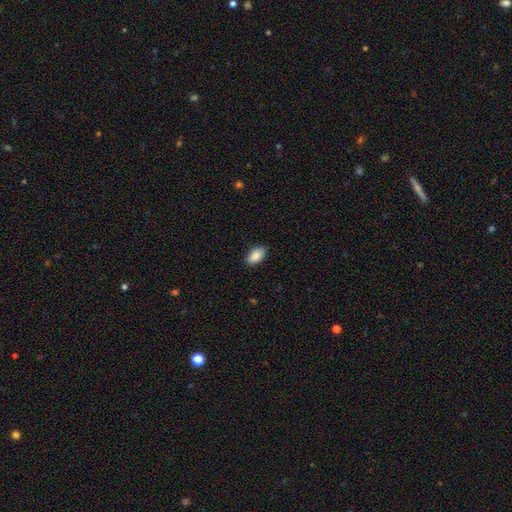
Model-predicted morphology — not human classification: smooth-or-featured: smooth: 87% | star or artifact: 7% | featured or disk: 6%
  how-rounded: in between: 93% | round: 4% | cigar-shaped: 2%
  merging: none: 87% | minor disturbance: 10% | major disturbance: 2% | merger: 1%